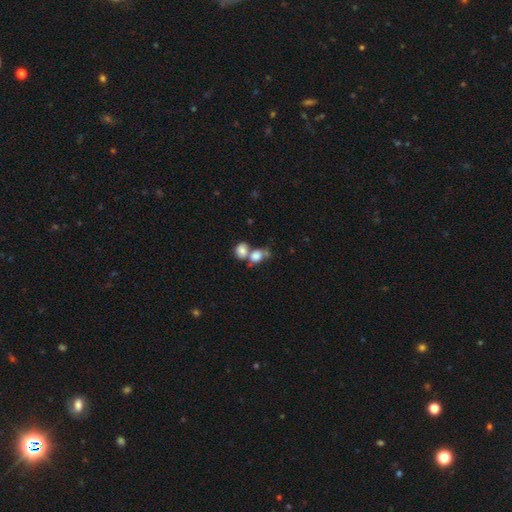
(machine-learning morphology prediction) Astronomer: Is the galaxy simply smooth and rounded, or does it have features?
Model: smooth — 79%.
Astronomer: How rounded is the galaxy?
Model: in between — 53% (runner-up: round, 46%).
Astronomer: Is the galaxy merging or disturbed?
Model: merger — 57%.